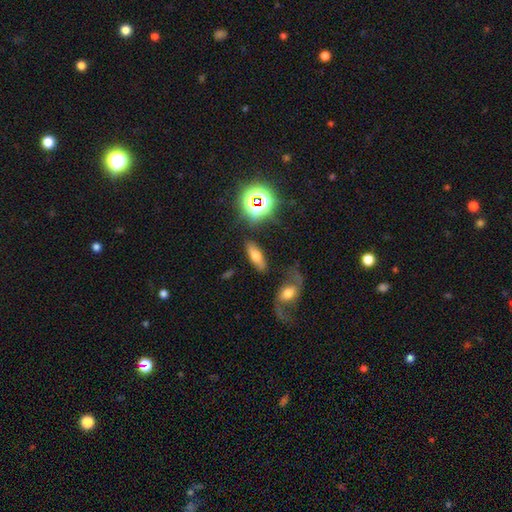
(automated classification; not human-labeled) smooth_or_featured: smooth (p=0.55) [alt: featured or disk p=0.27]
how_rounded: in between (p=0.63) [alt: cigar-shaped p=0.30]
merging: none (p=0.78) [alt: minor disturbance p=0.13]